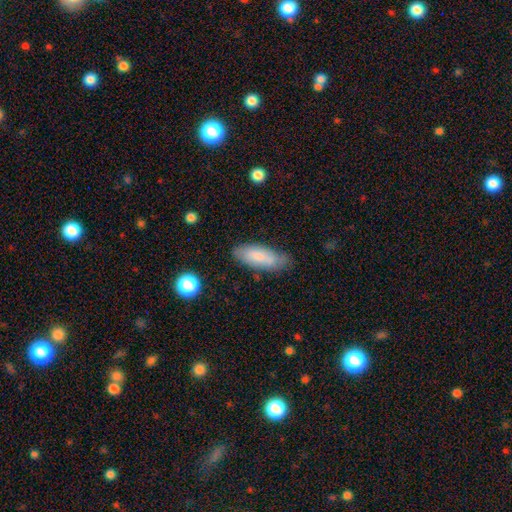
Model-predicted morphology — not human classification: This is likely a smooth galaxy (67%). How rounded: possibly in between (57%). Merging: clearly none (82%).